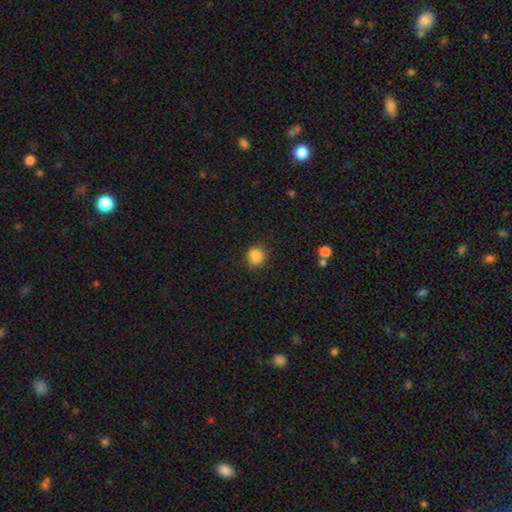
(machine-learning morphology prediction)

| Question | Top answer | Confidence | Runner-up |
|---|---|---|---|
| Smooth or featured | smooth | 85% | star or artifact (10%) |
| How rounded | round | 83% | in between (16%) |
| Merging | none | 79% | minor disturbance (15%) |